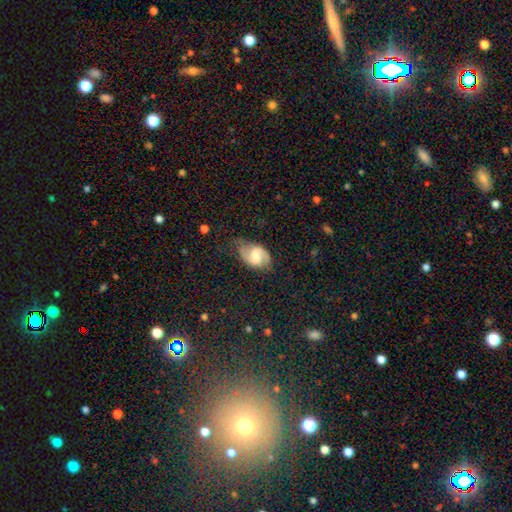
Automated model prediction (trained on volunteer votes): A featured or disk galaxy (73%) with a weak bar (53%), 2 (90%) medium (51%) spiral arms (93%) and a moderate central bulge (41%).

Vote fractions:
- Smooth or featured? featured or disk: 73% / smooth: 21% / star or artifact: 7%
- Edge-on disk? no: 97% / yes: 3%
- Bar? weak: 53% / no: 27% / strong: 19%
- Spiral arms? yes: 93% / no: 7%
- Spiral winding? medium: 51% / loose: 28% / tight: 20%
- Spiral arm count? 2: 90% / can't tell: 5% / 1: 3% / 3: 1% / 4: 1% / more than 4: 1%
- Bulge size? moderate: 41% / small: 26% / large: 15% / none: 15% / dominant: 2%
- Merging? none: 61% / minor disturbance: 27% / major disturbance: 11% / merger: 2%